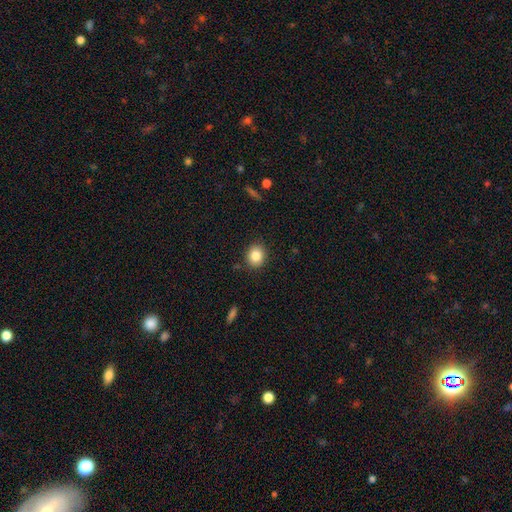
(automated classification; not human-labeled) Overall: smooth (84%). How rounded: round (70%). Merging: none (89%).